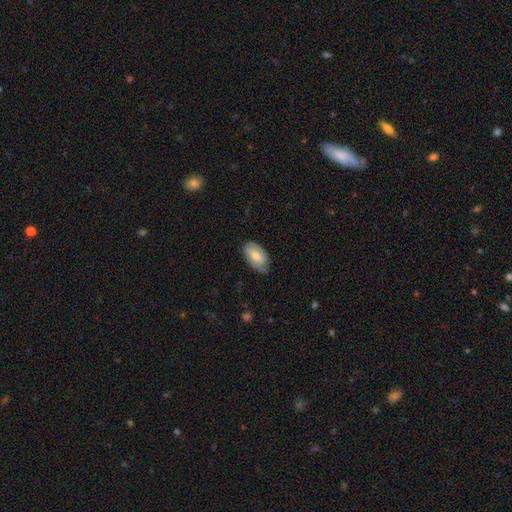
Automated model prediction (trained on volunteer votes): The model was most divided on "smooth or featured": smooth: 60%, featured or disk: 33%, star or artifact: 6%. More confident: how rounded — in between (93%); merging — none (69%).